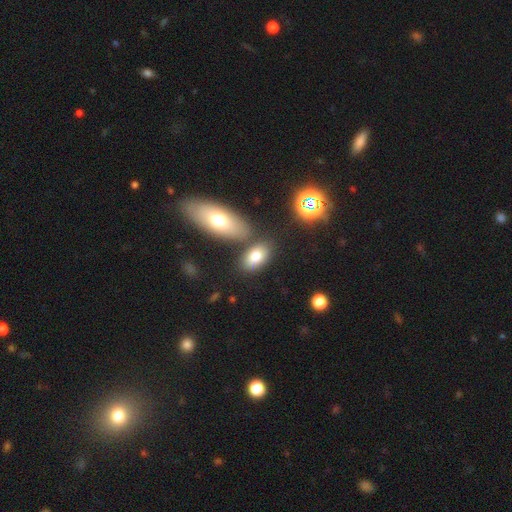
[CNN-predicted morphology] smooth_or_featured: smooth (p=0.77) [alt: featured or disk p=0.13]
how_rounded: in between (p=0.90) [alt: round p=0.08]
merging: none (p=0.70) [alt: merger p=0.14]